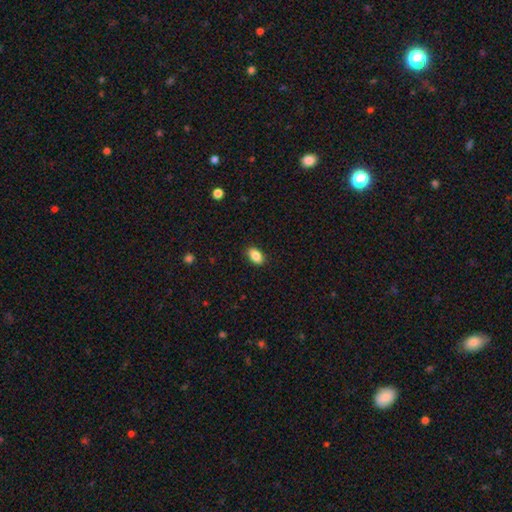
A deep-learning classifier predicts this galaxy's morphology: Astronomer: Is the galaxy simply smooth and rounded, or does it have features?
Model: smooth — 86%.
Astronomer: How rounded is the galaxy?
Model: in between — 90%.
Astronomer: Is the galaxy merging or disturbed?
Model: none — 89%.